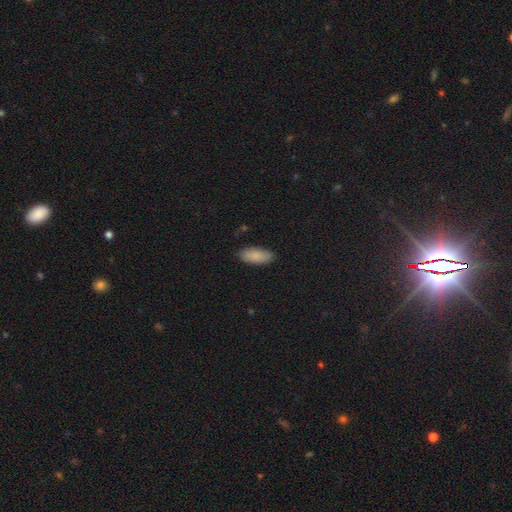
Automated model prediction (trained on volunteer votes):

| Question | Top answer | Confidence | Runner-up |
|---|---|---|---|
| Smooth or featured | smooth | 87% | featured or disk (7%) |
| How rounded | in between | 78% | cigar-shaped (20%) |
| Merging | none | 84% | minor disturbance (13%) |